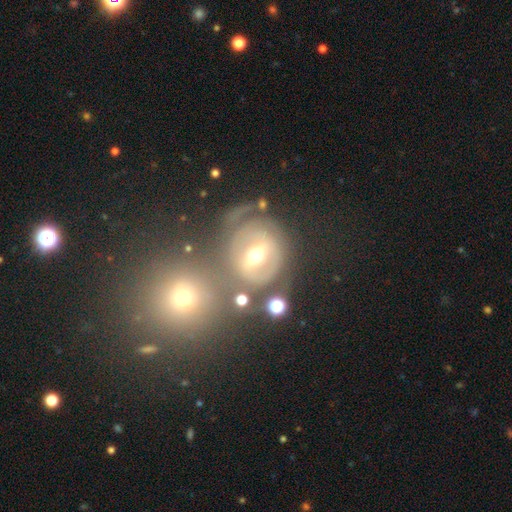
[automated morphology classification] The model was most divided on "bar": weak: 42%, strong: 34%, no: 23%. More confident: edge-on disk — no (95%); smooth or featured — featured or disk (67%); bulge size — moderate (67%); spiral arms — yes (66%); merging — none (58%).